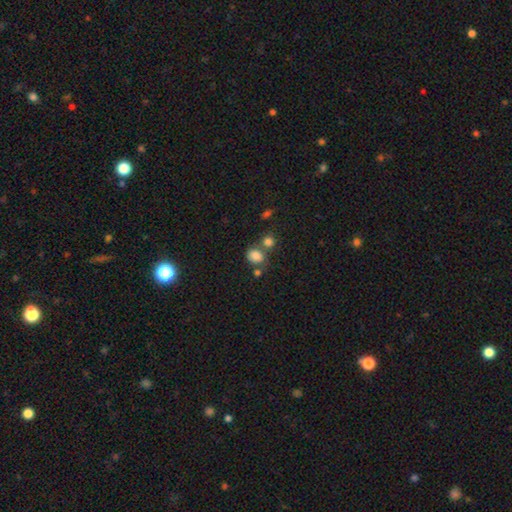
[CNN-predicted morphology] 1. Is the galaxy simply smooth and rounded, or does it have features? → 80% smooth, 12% star or artifact, 8% featured or disk.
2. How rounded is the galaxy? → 62% round, 37% in between, 1% cigar-shaped.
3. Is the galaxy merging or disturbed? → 53% none, 28% merger, 13% minor disturbance, 6% major disturbance.